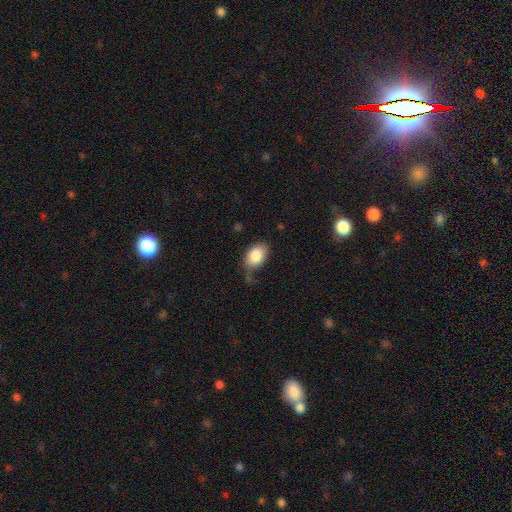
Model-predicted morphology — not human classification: A smooth galaxy with no disk features (85%) that is in between round and cigar-shaped (84%).

Vote fractions:
- Smooth or featured? smooth: 85% / featured or disk: 8% / star or artifact: 7%
- How rounded? in between: 84% / round: 15% / cigar-shaped: 1%
- Merging? none: 48% / minor disturbance: 31% / major disturbance: 16% / merger: 5%